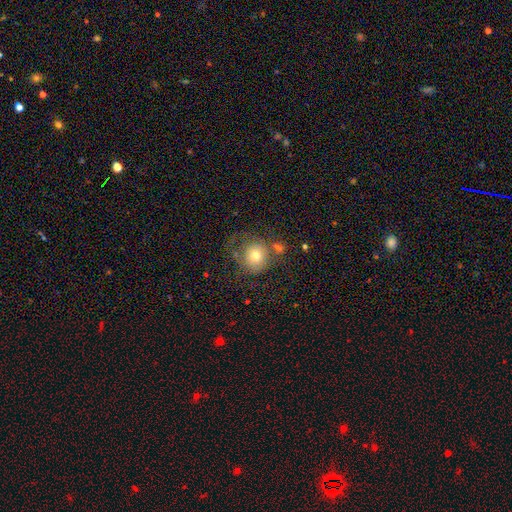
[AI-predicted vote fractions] smooth 68%, featured or disk 21%, star or artifact 11%. Down the decision tree: how rounded — round (87%); merging — none (49%).